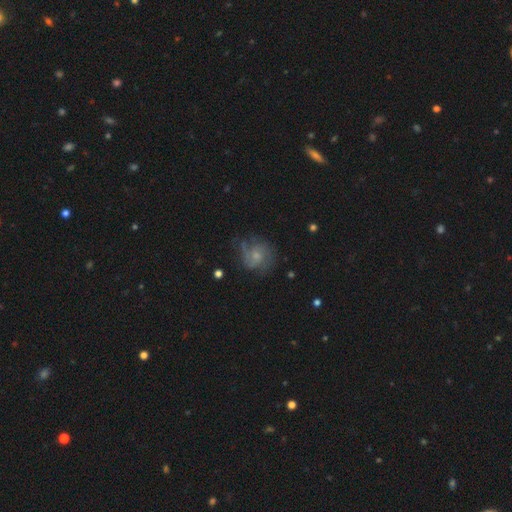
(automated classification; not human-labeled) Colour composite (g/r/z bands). It shows a featured or disk galaxy (61%) with no bar (74%), spiral arms (83%) and a small central bulge (54%). Merging: none (57%).